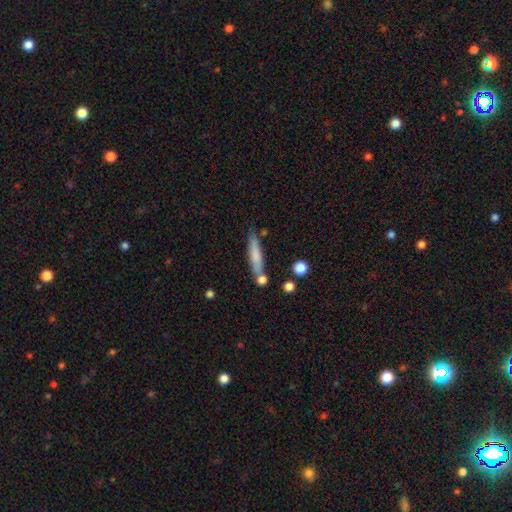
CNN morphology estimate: Overall: smooth (71%). How rounded: cigar-shaped (86%). Merging: none (68%).